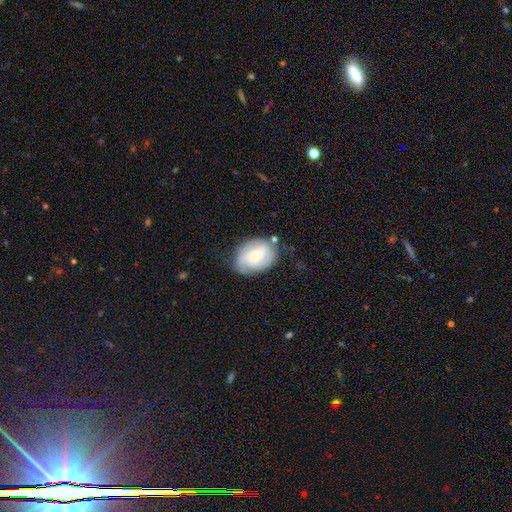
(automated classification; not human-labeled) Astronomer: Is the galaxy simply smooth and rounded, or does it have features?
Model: featured or disk — 56% (runner-up: smooth, 37%).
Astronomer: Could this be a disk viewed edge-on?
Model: no — 97%.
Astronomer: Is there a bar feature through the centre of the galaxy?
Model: no — 61%.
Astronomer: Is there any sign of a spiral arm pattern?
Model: yes — 82%.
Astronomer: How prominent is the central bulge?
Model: small — 49% (runner-up: moderate, 36%).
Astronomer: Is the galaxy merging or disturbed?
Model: none — 64%.